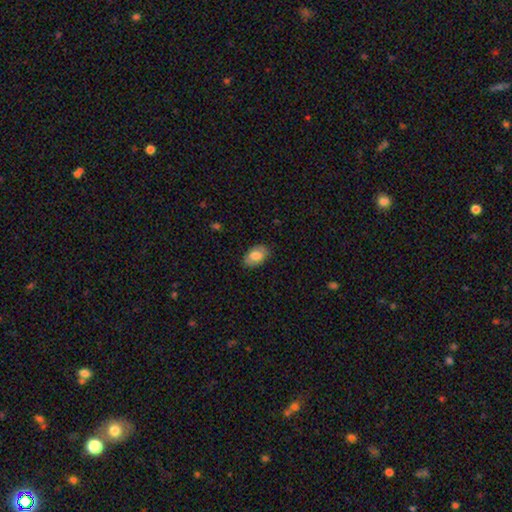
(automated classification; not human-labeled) smooth-or-featured: smooth: 78% | featured or disk: 15% | star or artifact: 7%
  how-rounded: in between: 90% | round: 9% | cigar-shaped: 1%
  merging: none: 83% | minor disturbance: 13% | major disturbance: 3% | merger: 1%